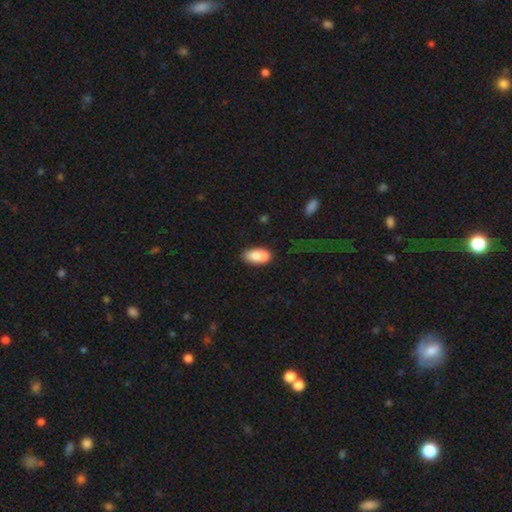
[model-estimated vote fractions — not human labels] Smooth or featured?
  - smooth: 73% *
  - featured or disk: 19%
  - star or artifact: 8%
How rounded?
  - in between: 85% *
  - cigar-shaped: 8%
  - round: 8%
Merging?
  - merger: 42% *
  - none: 39%
  - minor disturbance: 14%
  - major disturbance: 5%